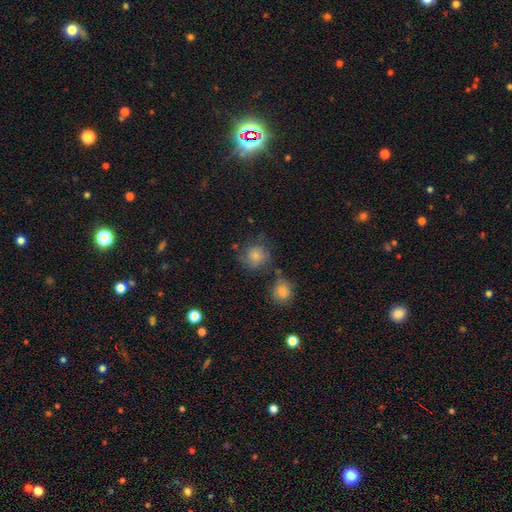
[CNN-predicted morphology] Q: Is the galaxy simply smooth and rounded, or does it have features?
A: smooth — 79%.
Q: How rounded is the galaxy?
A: round — 83%.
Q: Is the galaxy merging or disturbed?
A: none — 58%.